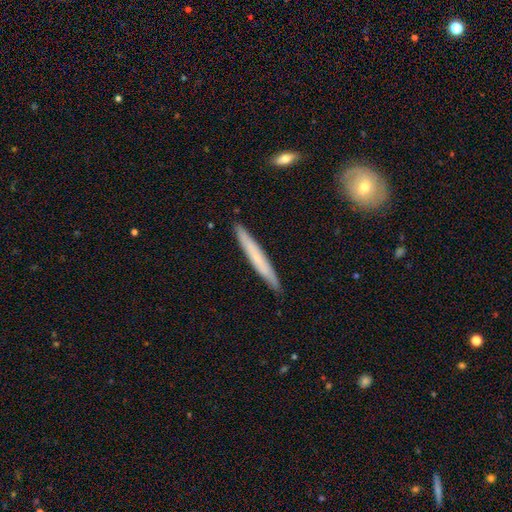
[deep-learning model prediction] A smooth galaxy with no disk features (56%) that is cigar-shaped (96%). Merging: none (90%).